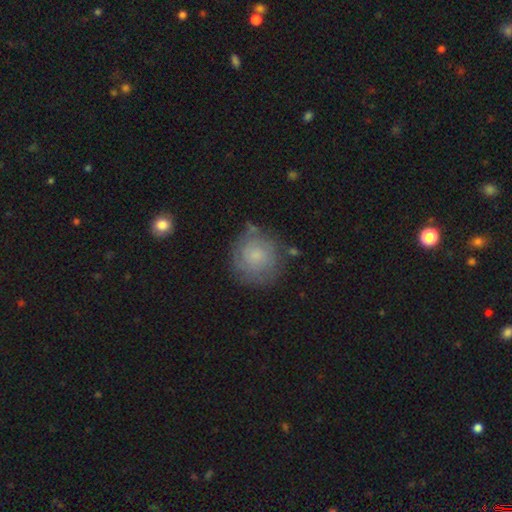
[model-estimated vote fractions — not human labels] Smooth or featured? Predicted: smooth (p=0.53). How rounded? Predicted: round (p=0.87). Merging? Predicted: none (p=0.70).